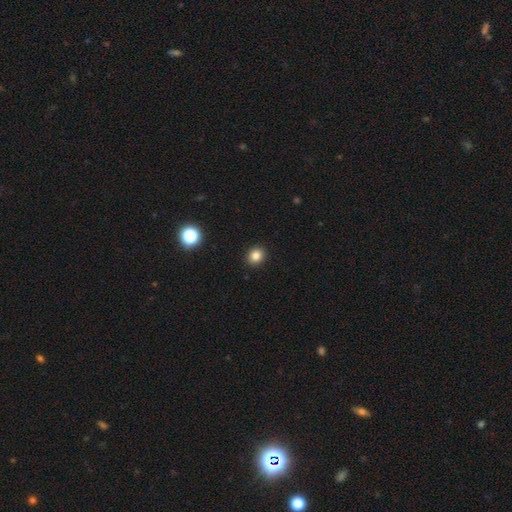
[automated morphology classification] smooth_or_featured: smooth (p=0.83) [alt: star or artifact p=0.12]
how_rounded: round (p=0.81) [alt: in between p=0.18]
merging: none (p=0.92) [alt: minor disturbance p=0.05]